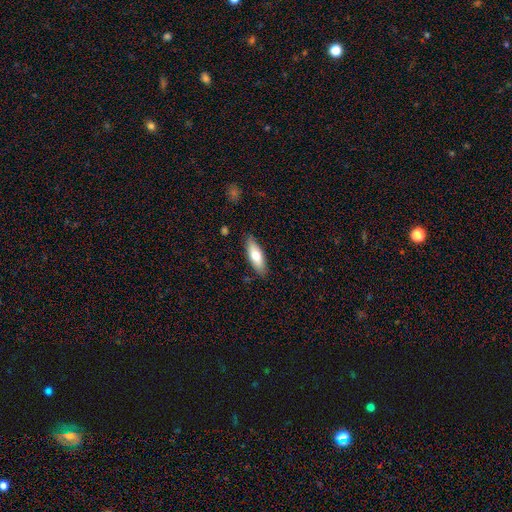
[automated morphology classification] Q: Smooth or featured?
A: smooth (71%); runner-up: featured or disk (23%)
Q: How rounded?
A: in between (61%); runner-up: cigar-shaped (37%)
Q: Merging?
A: none (85%); runner-up: minor disturbance (11%)